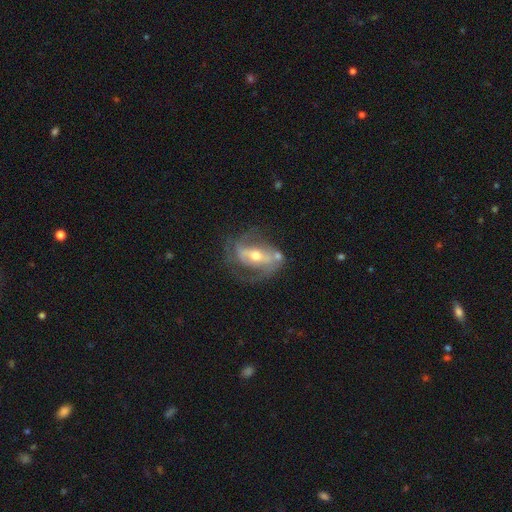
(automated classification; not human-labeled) The model was most divided on "spiral winding": medium: 45%, tight: 32%, loose: 23%. More confident: edge-on disk — no (93%); spiral arms — yes (86%); smooth or featured — featured or disk (83%); spiral arm count — 2 (70%); bulge size — moderate (61%); merging — none (57%); bar — strong (53%).